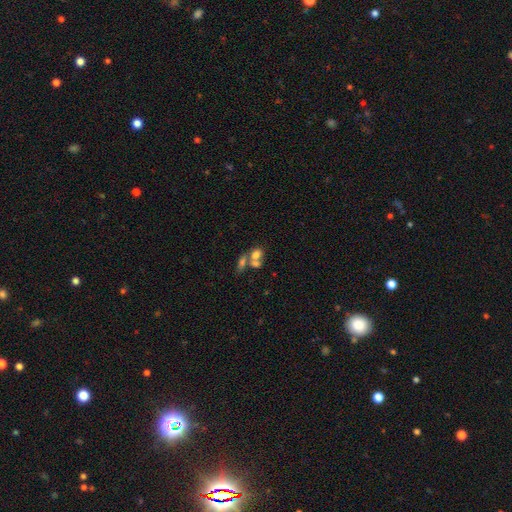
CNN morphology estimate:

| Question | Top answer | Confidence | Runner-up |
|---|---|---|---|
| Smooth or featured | smooth | 66% | featured or disk (22%) |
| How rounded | in between | 58% | round (39%) |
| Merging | merger | 60% | none (27%) |